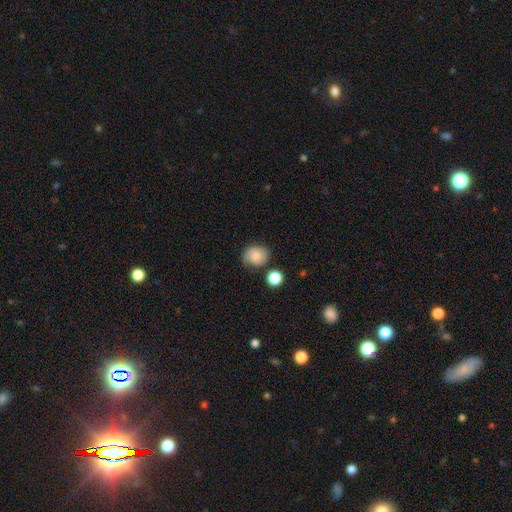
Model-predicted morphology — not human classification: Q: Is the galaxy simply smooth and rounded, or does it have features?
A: smooth — 75%.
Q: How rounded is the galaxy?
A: round — 68%.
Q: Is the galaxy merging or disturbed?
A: none — 67%.